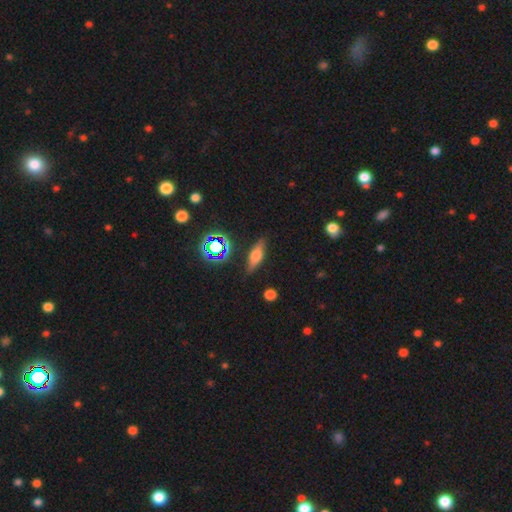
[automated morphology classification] Smooth or featured?
  - featured or disk: 46% *
  - smooth: 41%
  - star or artifact: 13%
Merging?
  - none: 84% *
  - minor disturbance: 12%
  - major disturbance: 3%
  - merger: 2%